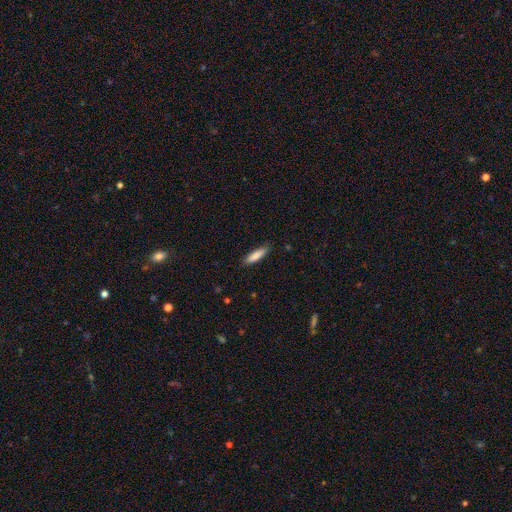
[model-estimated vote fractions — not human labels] A smooth galaxy with no disk features (84%) that is cigar-shaped (71%). Merging: none (86%).